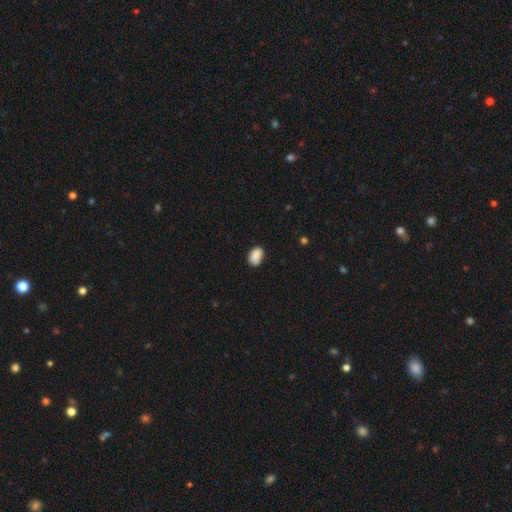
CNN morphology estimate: Smooth or featured?
  - smooth: 89% *
  - star or artifact: 7%
  - featured or disk: 4%
How rounded?
  - in between: 87% *
  - round: 12%
  - cigar-shaped: 1%
Merging?
  - none: 78% *
  - minor disturbance: 18%
  - major disturbance: 3%
  - merger: 1%